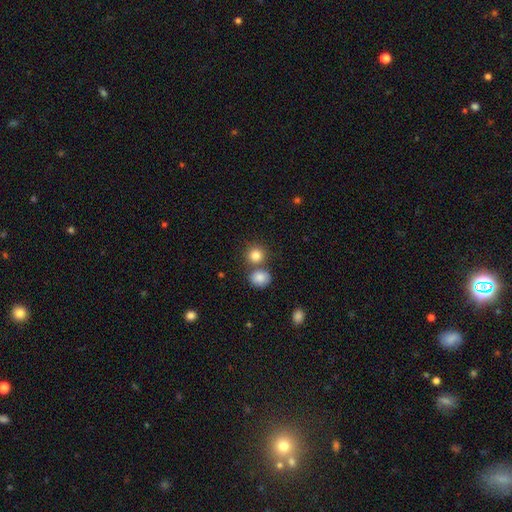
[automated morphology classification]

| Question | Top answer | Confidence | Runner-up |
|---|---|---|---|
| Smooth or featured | smooth | 83% | star or artifact (10%) |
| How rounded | round | 88% | in between (11%) |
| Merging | none | 63% | merger (27%) |